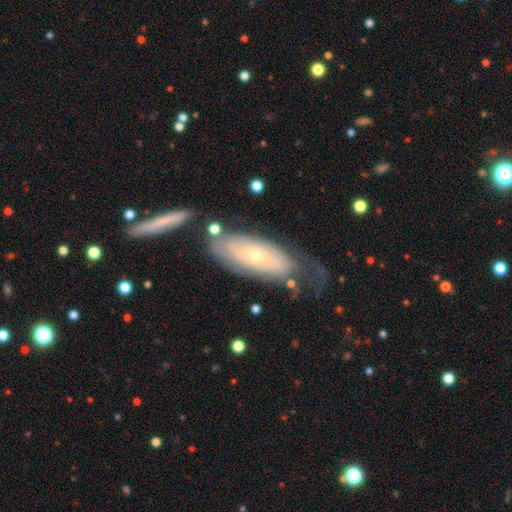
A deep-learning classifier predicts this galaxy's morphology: featured or disk 65%, smooth 29%, star or artifact 7%. Down the decision tree: edge-on disk — no (85%); bar — no (81%); spiral arms — yes (73%); bulge size — small (71%); merging — none (51%).